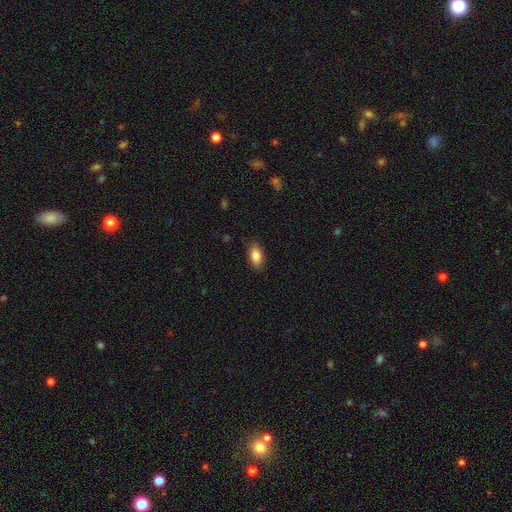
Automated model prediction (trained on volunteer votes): Overall: smooth (85%). How rounded: in between (90%). Merging: none (87%).